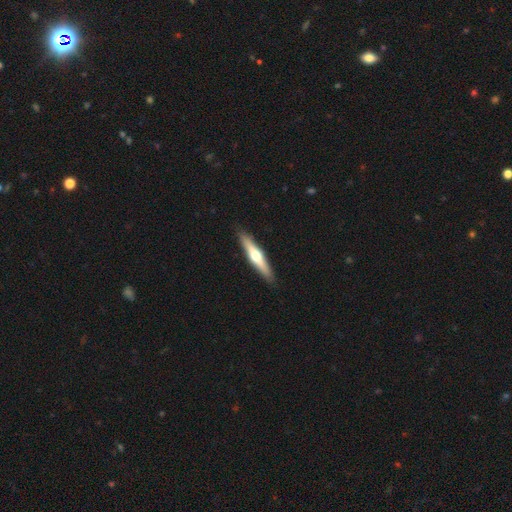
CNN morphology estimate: Smooth or featured?
  - featured or disk: 56% *
  - smooth: 39%
  - star or artifact: 5%
Edge-on disk?
  - yes: 94% *
  - no: 6%
Edge-on bulge?
  - rounded: 93% *
  - none: 5%
  - boxy: 3%
Merging?
  - none: 91% *
  - minor disturbance: 7%
  - major disturbance: 1%
  - merger: 1%